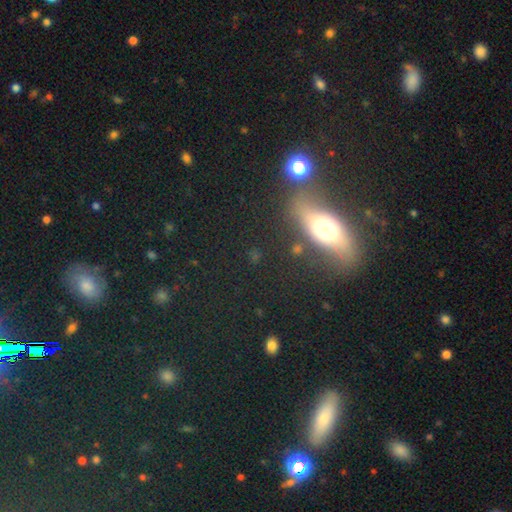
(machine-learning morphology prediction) This is possibly a smooth galaxy (46%). Merging: likely none (75%).